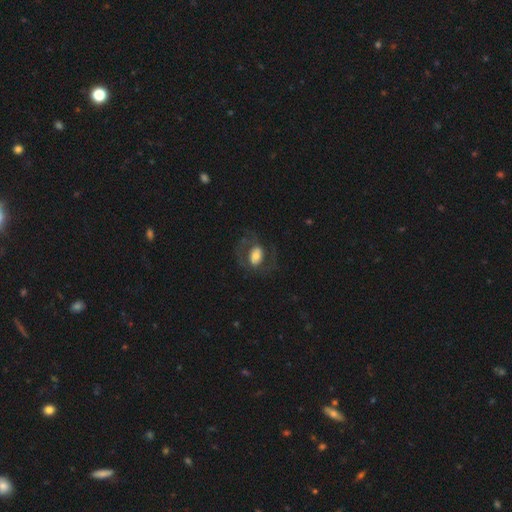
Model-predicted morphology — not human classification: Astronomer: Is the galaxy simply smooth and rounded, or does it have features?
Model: smooth — 50% (runner-up: featured or disk, 42%).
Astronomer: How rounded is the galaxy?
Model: in between — 77%.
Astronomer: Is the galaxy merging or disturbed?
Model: none — 57%.